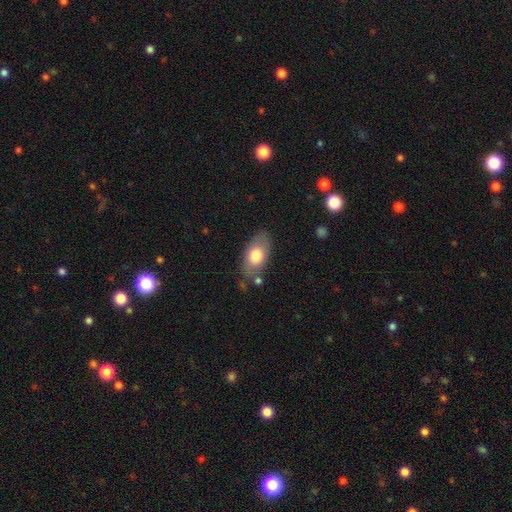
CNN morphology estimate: The model was most divided on "smooth or featured": smooth: 71%, featured or disk: 22%, star or artifact: 6%. More confident: how rounded — in between (90%); merging — none (73%).